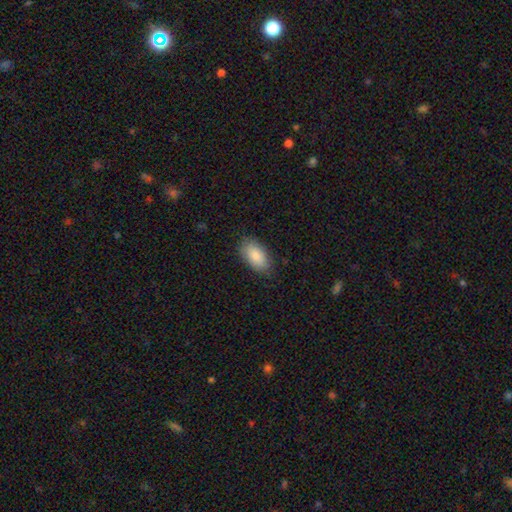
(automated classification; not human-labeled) Overall: smooth (86%). How rounded: in between (94%). Merging: none (83%).